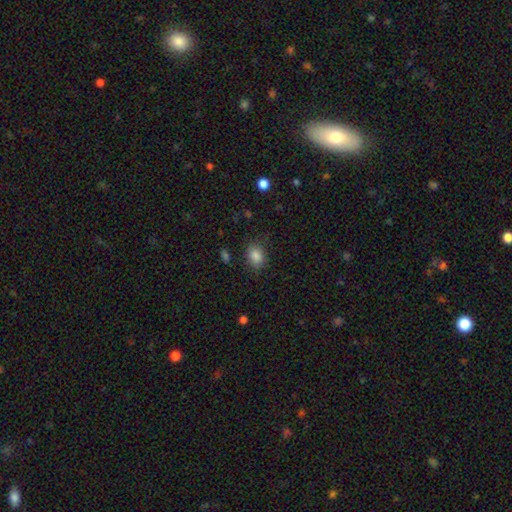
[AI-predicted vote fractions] Smooth or featured? Predicted: smooth (p=0.85). How rounded? Predicted: in between (p=0.65). Merging? Predicted: none (p=0.76).